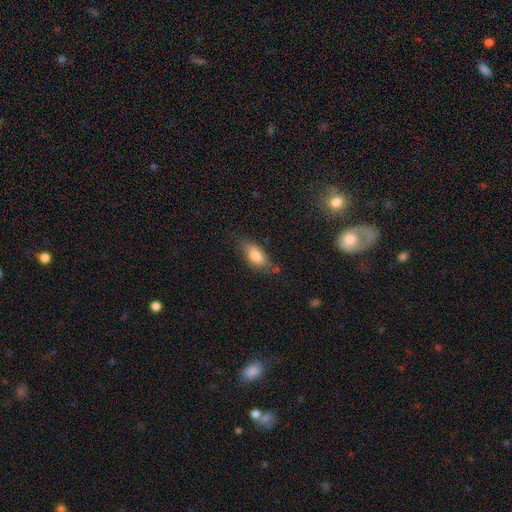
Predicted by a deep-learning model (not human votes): Smooth or featured? smooth (79%)
How rounded? in between (83%)
Merging? none (66%)